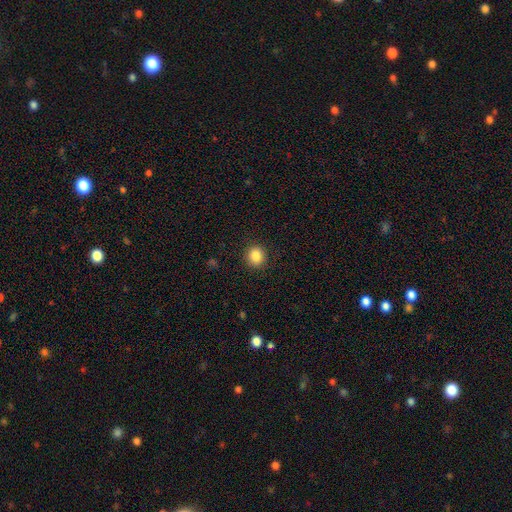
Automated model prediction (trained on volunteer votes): smooth 86%, star or artifact 10%, featured or disk 4%. Down the decision tree: how rounded — round (80%); merging — none (90%).